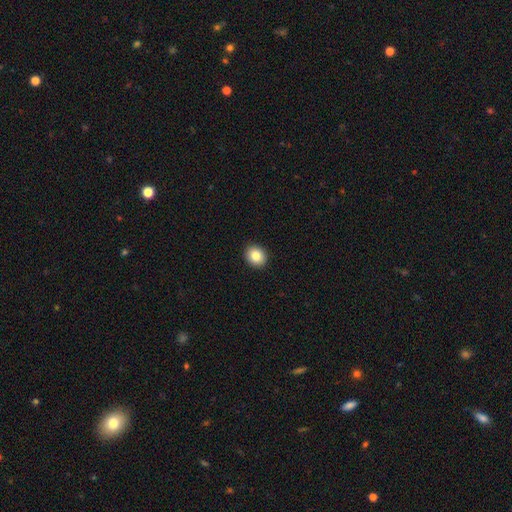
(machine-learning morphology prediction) Overall: smooth (83%). How rounded: round (72%). Merging: none (92%).